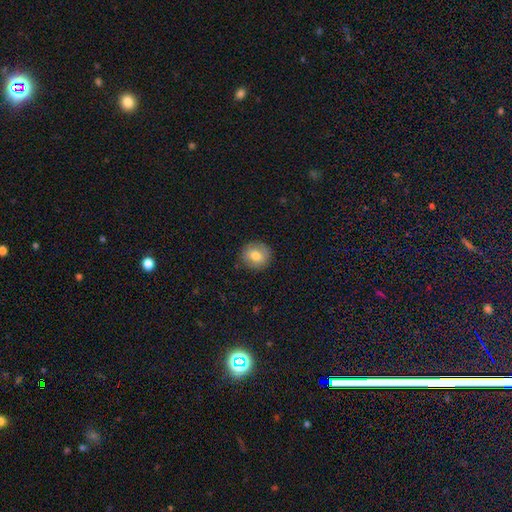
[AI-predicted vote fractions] Smooth or featured? Predicted: smooth (p=0.75). How rounded? Predicted: round (p=0.88). Merging? Predicted: none (p=0.87).